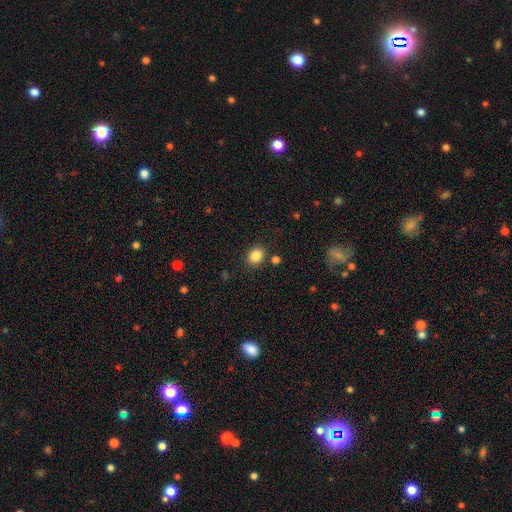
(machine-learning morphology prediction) Smooth or featured?
  - smooth: 85% *
  - star or artifact: 10%
  - featured or disk: 5%
How rounded?
  - round: 56% *
  - in between: 43%
  - cigar-shaped: 1%
Merging?
  - none: 83% *
  - minor disturbance: 10%
  - merger: 4%
  - major disturbance: 3%